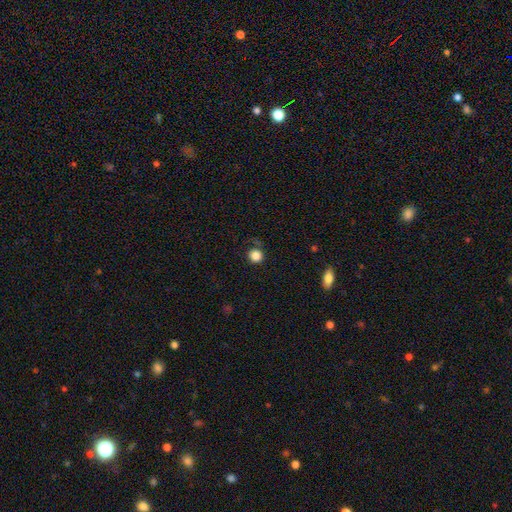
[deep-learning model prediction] A smooth galaxy with no disk features (85%) that is round (93%). Merging: none (80%).